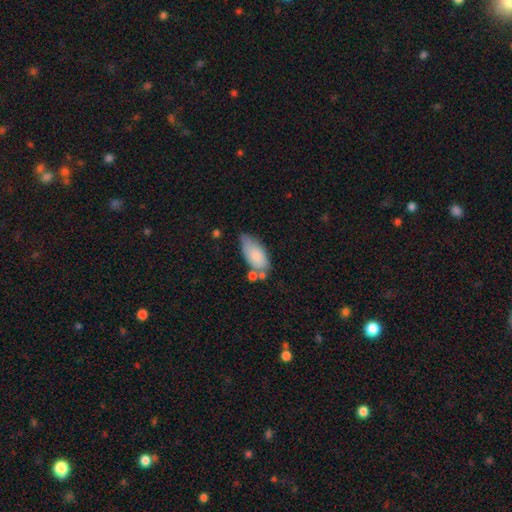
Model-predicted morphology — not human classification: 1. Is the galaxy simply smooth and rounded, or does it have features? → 80% smooth, 13% featured or disk, 7% star or artifact.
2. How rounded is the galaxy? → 88% in between, 9% cigar-shaped, 2% round.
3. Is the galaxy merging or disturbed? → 51% none, 28% minor disturbance, 13% merger, 8% major disturbance.